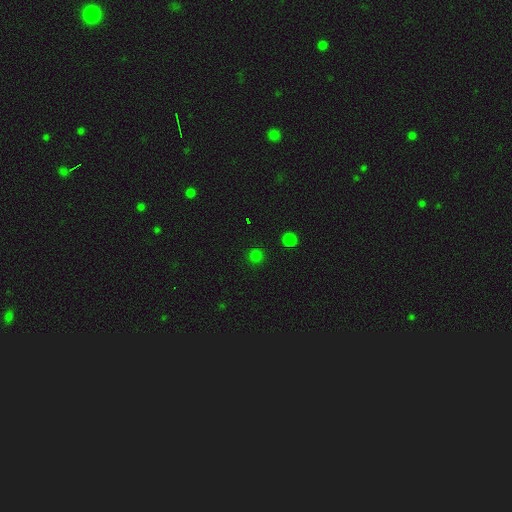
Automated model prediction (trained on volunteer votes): Overall: smooth (75%). How rounded: round (94%). Merging: none (91%).